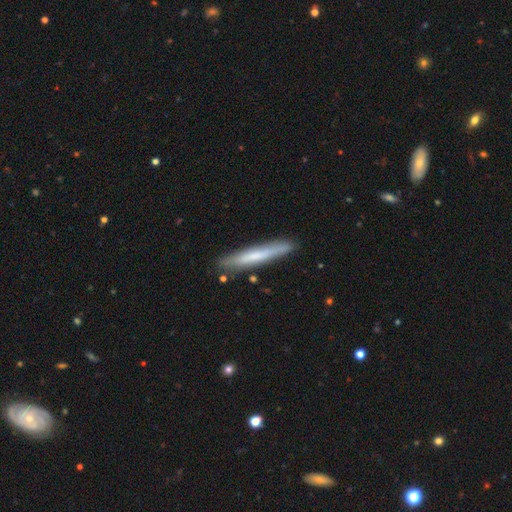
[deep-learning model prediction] Q: Smooth or featured?
A: smooth (57%); runner-up: featured or disk (37%)
Q: How rounded?
A: cigar-shaped (95%); runner-up: in between (3%)
Q: Merging?
A: none (85%); runner-up: minor disturbance (11%)